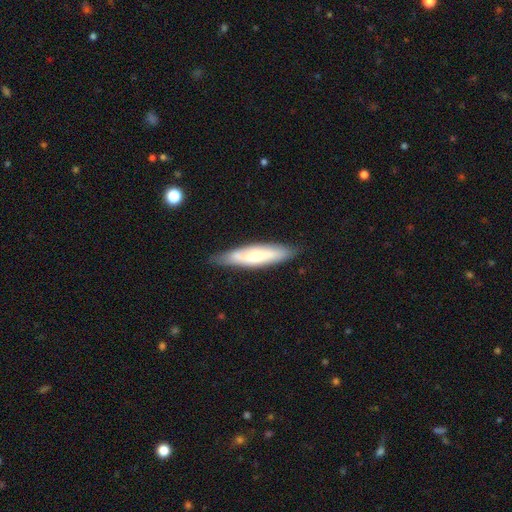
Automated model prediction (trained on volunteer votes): smooth-or-featured: smooth: 49% | featured or disk: 45% | star or artifact: 5%
  merging: none: 79% | minor disturbance: 16% | major disturbance: 3% | merger: 2%